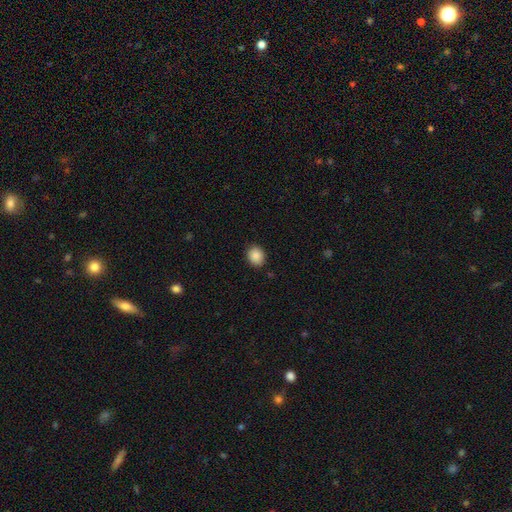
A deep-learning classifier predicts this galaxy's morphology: A smooth galaxy with no disk features (88%) that is round (62%).

Vote fractions:
- Smooth or featured? smooth: 88% / star or artifact: 9% / featured or disk: 3%
- How rounded? round: 62% / in between: 37% / cigar-shaped: 1%
- Merging? none: 88% / minor disturbance: 8% / major disturbance: 2% / merger: 1%